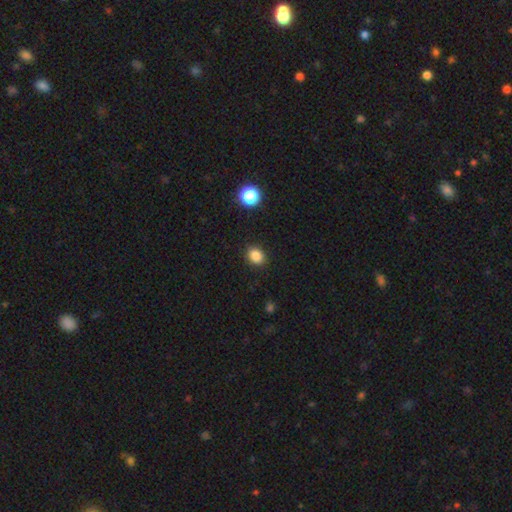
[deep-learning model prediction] A smooth galaxy with no disk features (85%) that is in between round and cigar-shaped (50%).

Vote fractions:
- Smooth or featured? smooth: 85% / star or artifact: 11% / featured or disk: 4%
- How rounded? in between: 50% / round: 49% / cigar-shaped: 1%
- Merging? none: 90% / minor disturbance: 7% / major disturbance: 2% / merger: 1%